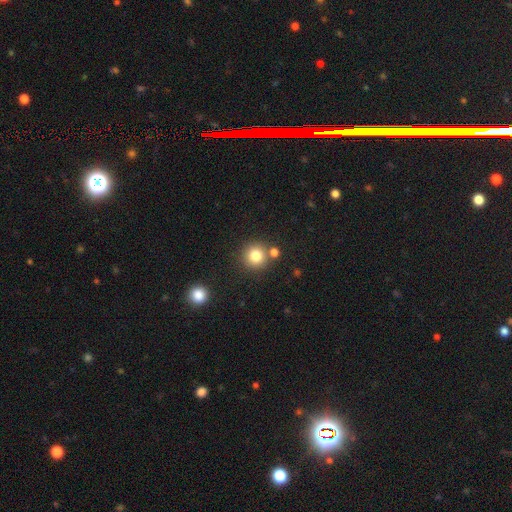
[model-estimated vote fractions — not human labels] smooth_or_featured: smooth (p=0.81) [alt: star or artifact p=0.12]
how_rounded: round (p=0.94) [alt: in between p=0.06]
merging: none (p=0.78) [alt: merger p=0.12]